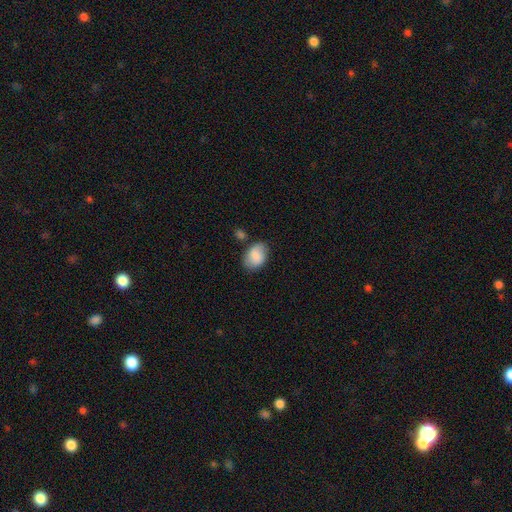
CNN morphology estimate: smooth 83%, featured or disk 10%, star or artifact 7%. Down the decision tree: how rounded — in between (81%); merging — none (68%).